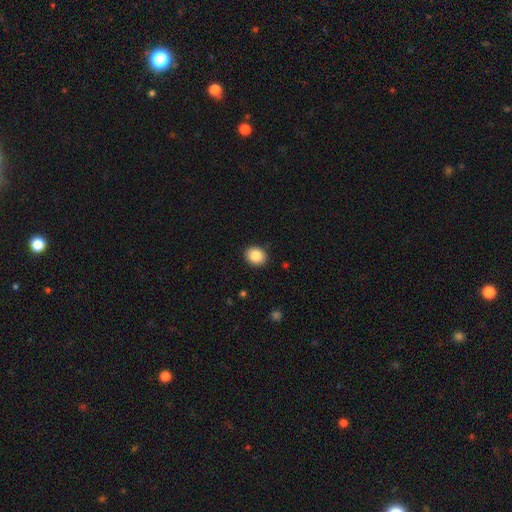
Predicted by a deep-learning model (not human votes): Smooth or featured: smooth — 86% (star or artifact — 9%)
How rounded: round — 62% (in between — 37%)
Merging: none — 91% (minor disturbance — 7%)